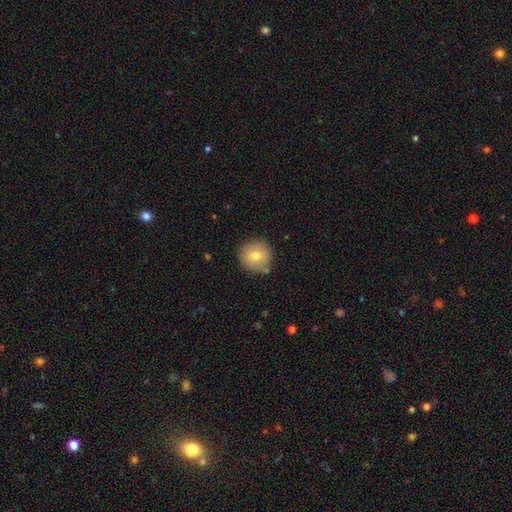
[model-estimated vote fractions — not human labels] This appears to be a smooth galaxy with no disk features (74%) that is round (95%). Merging: none (83%).